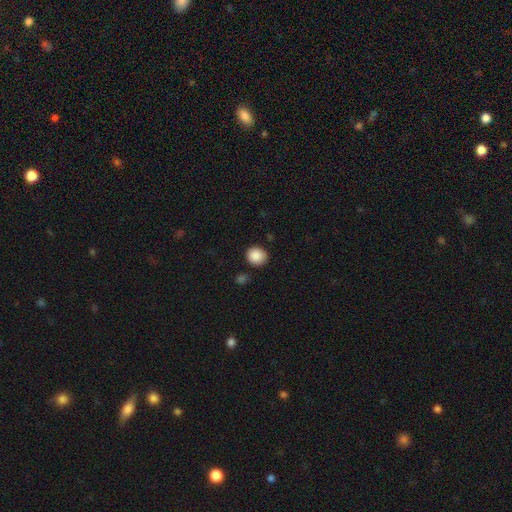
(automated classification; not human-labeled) A smooth galaxy with no disk features (89%) that is round (79%). Merging: none (85%).